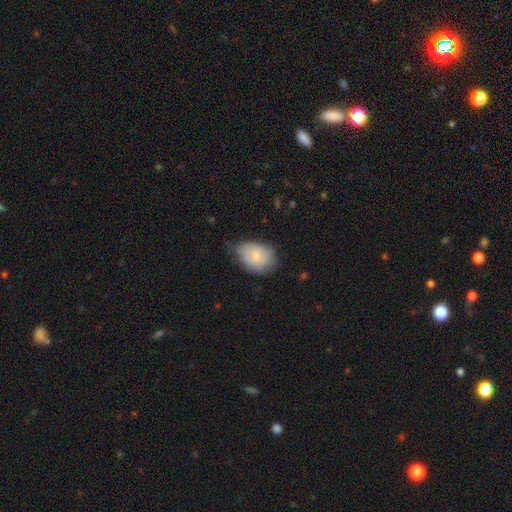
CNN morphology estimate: type=smooth (77%); roundness=in between (72%); merging=none (53%).